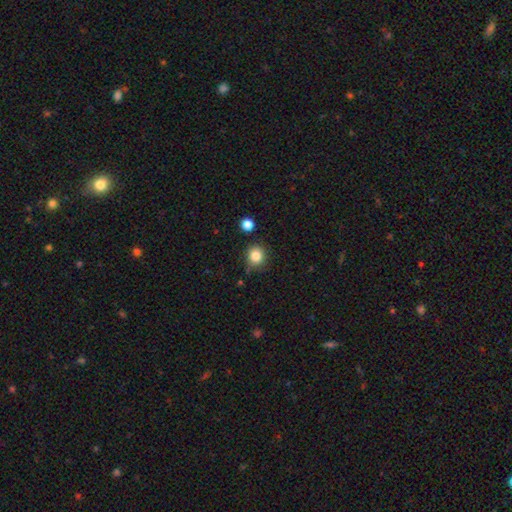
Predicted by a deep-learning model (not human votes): This appears to be a smooth galaxy with no disk features (84%) that is round (87%). Merging: none (82%).